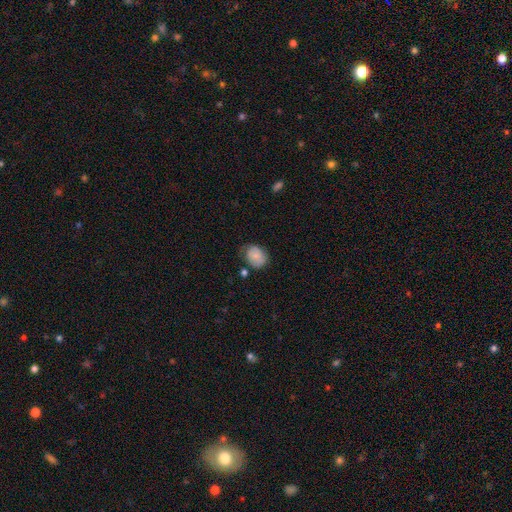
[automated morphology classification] smooth 78%, featured or disk 14%, star or artifact 8%. Down the decision tree: how rounded — in between (53%); merging — none (60%).